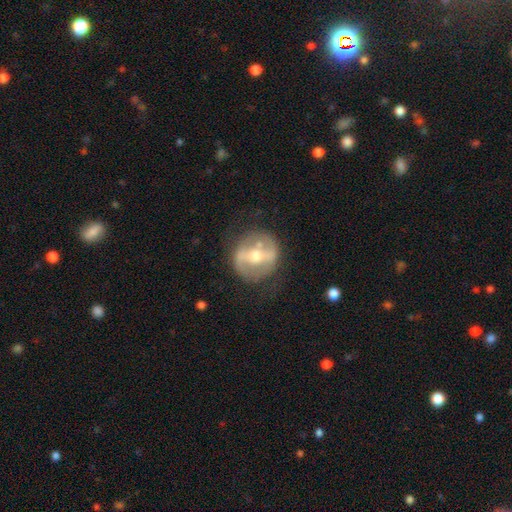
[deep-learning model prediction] Smooth or featured? featured or disk (74%)
Edge-on disk? no (90%)
Bar? strong (60%)
Spiral arms? no (56%)
Bulge size? moderate (69%)
Merging? none (76%)